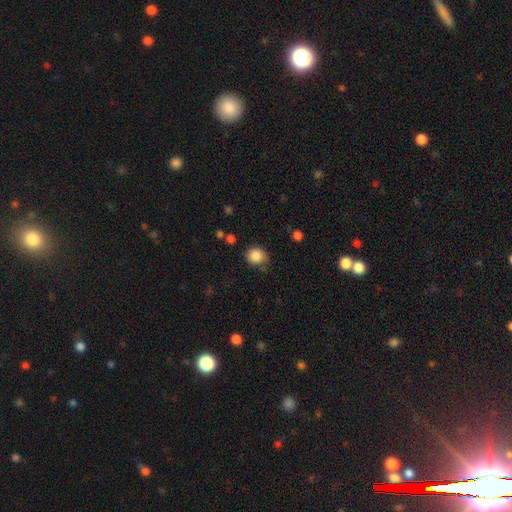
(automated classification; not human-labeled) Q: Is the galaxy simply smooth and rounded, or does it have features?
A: smooth — 86%.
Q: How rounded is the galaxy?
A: round — 76%.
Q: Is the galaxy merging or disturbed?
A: none — 68%.